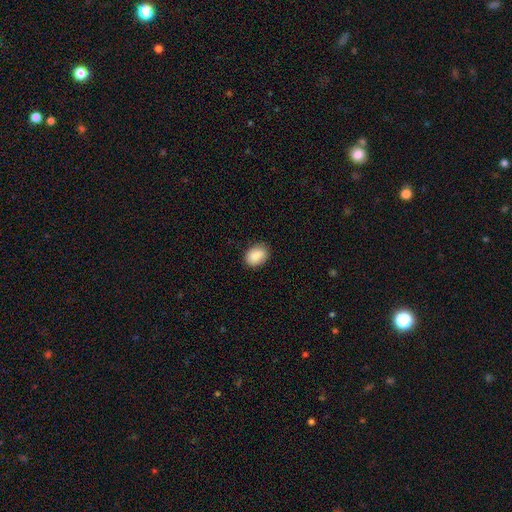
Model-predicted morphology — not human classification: Overall: smooth (89%). How rounded: in between (73%). Merging: none (84%).